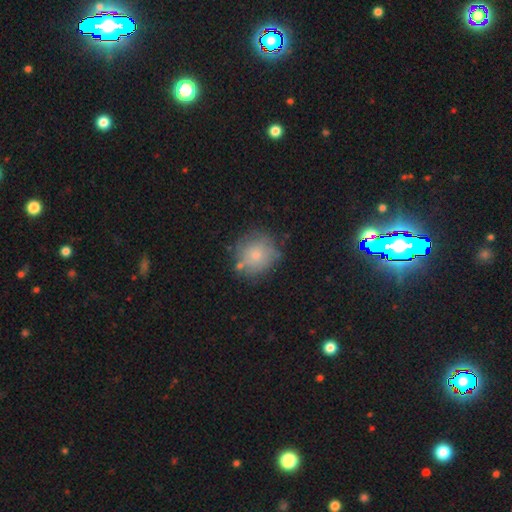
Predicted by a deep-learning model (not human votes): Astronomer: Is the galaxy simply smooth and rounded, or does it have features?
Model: smooth — 63%.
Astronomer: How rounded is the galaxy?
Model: round — 90%.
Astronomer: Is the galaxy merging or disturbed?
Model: none — 74%.